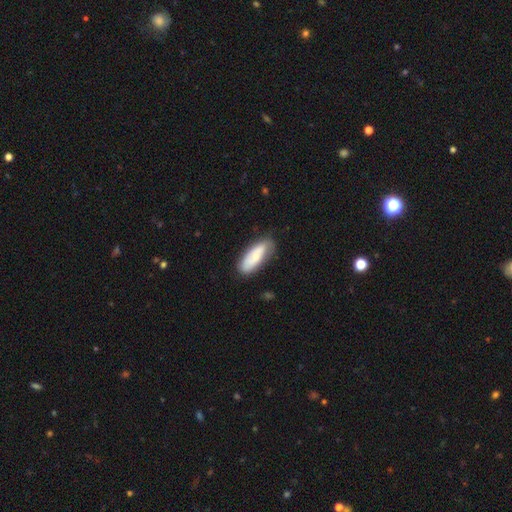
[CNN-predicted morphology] Overall: smooth (64%; featured or disk 30%). How rounded: in between (72%). Merging: none (73%).